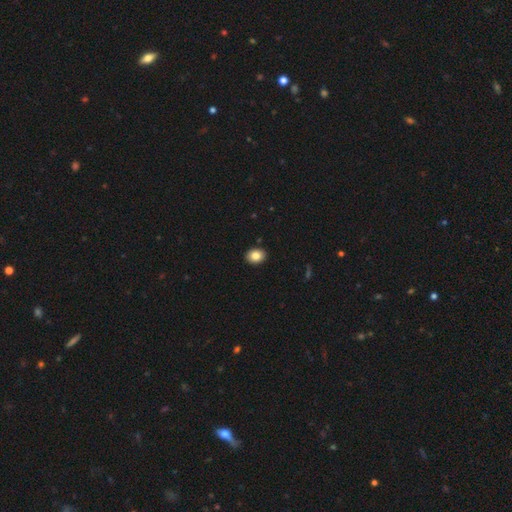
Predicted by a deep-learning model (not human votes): Smooth or featured?
  - smooth: 84% *
  - star or artifact: 9%
  - featured or disk: 7%
How rounded?
  - in between: 58% *
  - round: 41%
  - cigar-shaped: 1%
Merging?
  - none: 91% *
  - minor disturbance: 6%
  - major disturbance: 1%
  - merger: 1%